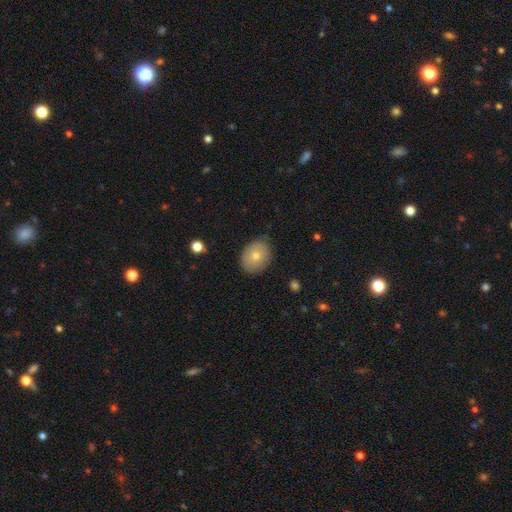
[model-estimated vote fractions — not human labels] Morphology: type=smooth (74%); roundness=in between (63%); merging=none (79%).